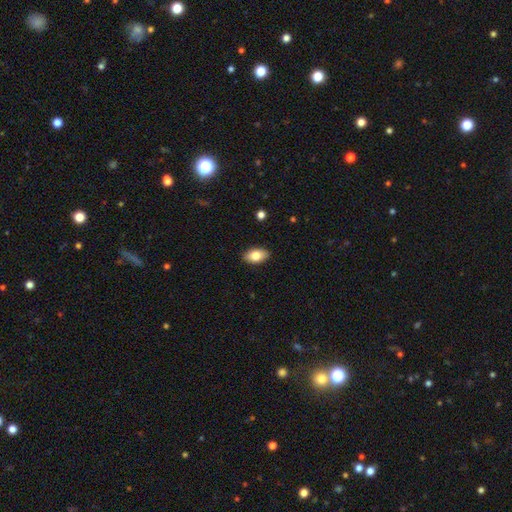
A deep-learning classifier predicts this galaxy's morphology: A smooth galaxy with no disk features (80%) that is in between round and cigar-shaped (92%). Merging: none (89%).